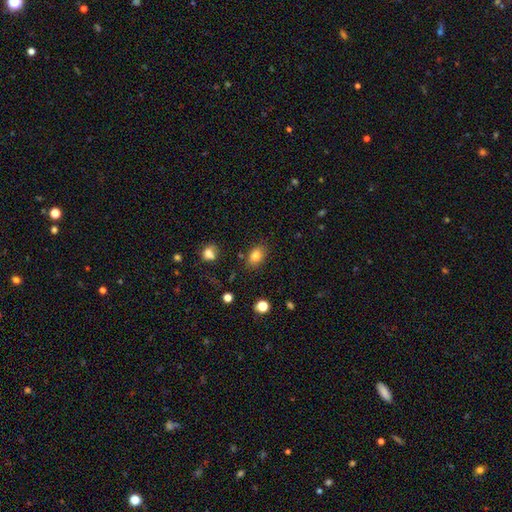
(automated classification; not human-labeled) A smooth galaxy with no disk features (81%) that is in between round and cigar-shaped (80%). Merging: none (81%).